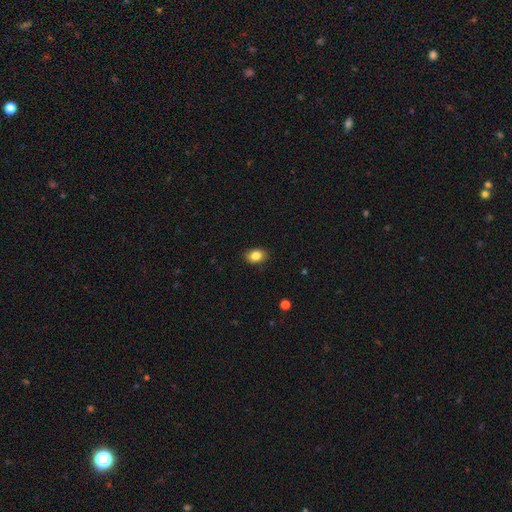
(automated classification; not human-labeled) This appears to be a smooth galaxy with no disk features (85%) that is in between round and cigar-shaped (73%). Merging: none (88%).